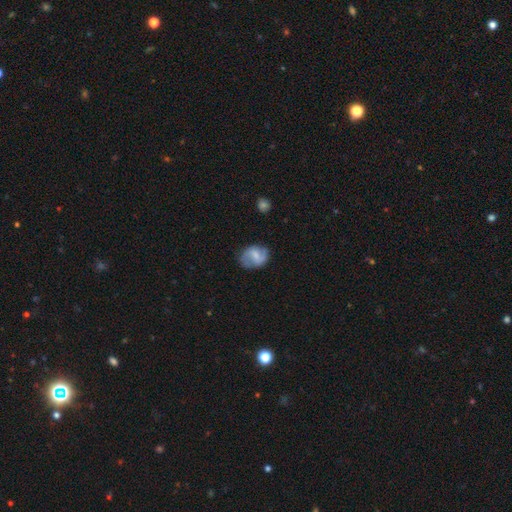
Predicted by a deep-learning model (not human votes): smooth_or_featured: featured or disk (p=0.58) [alt: smooth p=0.35]
disk_edge_on: no (p=0.97) [alt: yes p=0.03]
bar: weak (p=0.52) [alt: no p=0.27]
has_spiral_arms: yes (p=0.84) [alt: no p=0.16]
bulge_size: small (p=0.38) [alt: moderate p=0.30]
merging: none (p=0.70) [alt: minor disturbance p=0.21]